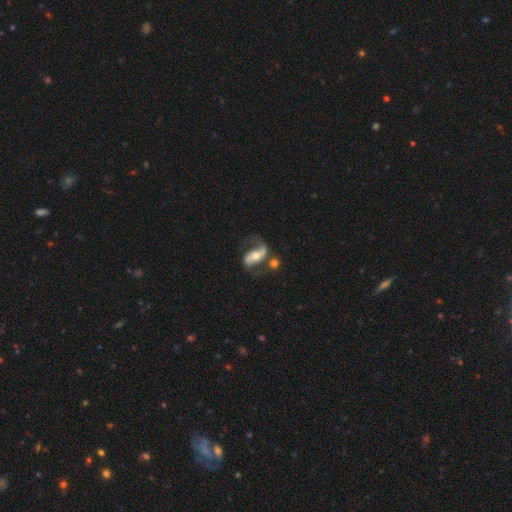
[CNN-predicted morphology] Smooth or featured? Predicted: featured or disk (p=0.81). Edge-on disk? Predicted: no (p=0.94). Bar? Predicted: strong (p=0.43). Spiral arms? Predicted: yes (p=0.91). Spiral winding? Predicted: loose (p=0.57). Spiral arm count? Predicted: 2 (p=0.84). Bulge size? Predicted: moderate (p=0.63). Merging? Predicted: none (p=0.51).